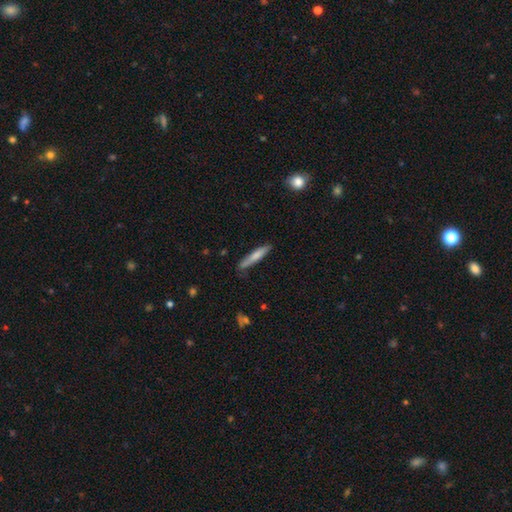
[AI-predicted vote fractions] smooth_or_featured: smooth (p=0.71) [alt: featured or disk p=0.23]
how_rounded: cigar-shaped (p=0.92) [alt: in between p=0.07]
merging: none (p=0.81) [alt: minor disturbance p=0.15]